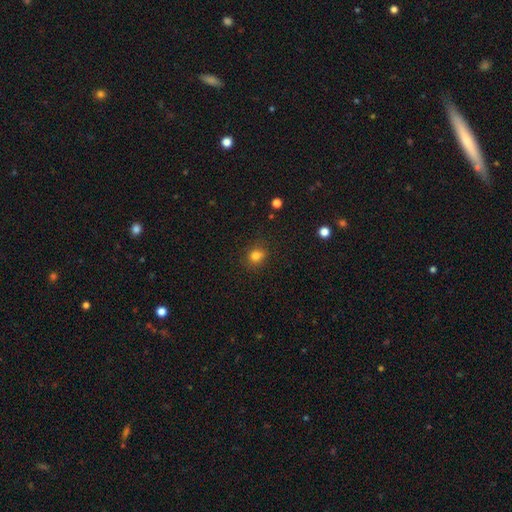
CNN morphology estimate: type=smooth (80%); roundness=round (74%); merging=none (82%).